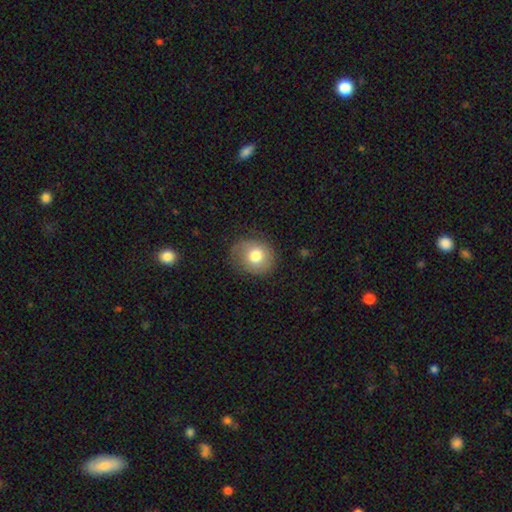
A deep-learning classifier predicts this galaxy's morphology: This is likely a smooth galaxy (77%). How rounded: likely round (73%). Merging: likely none (74%).